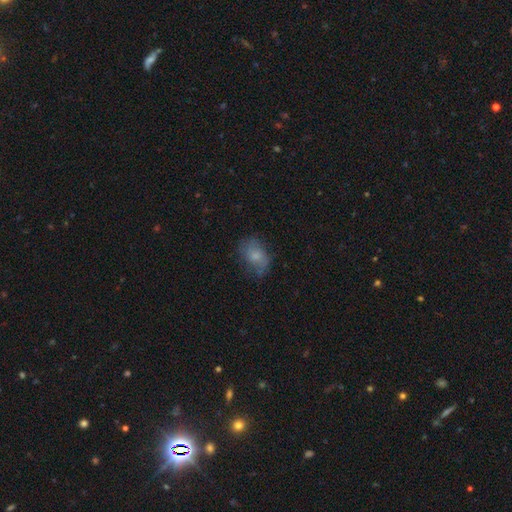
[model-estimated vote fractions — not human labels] This is likely a smooth galaxy (64%). How rounded: likely in between (76%). Merging: possibly none (58%).